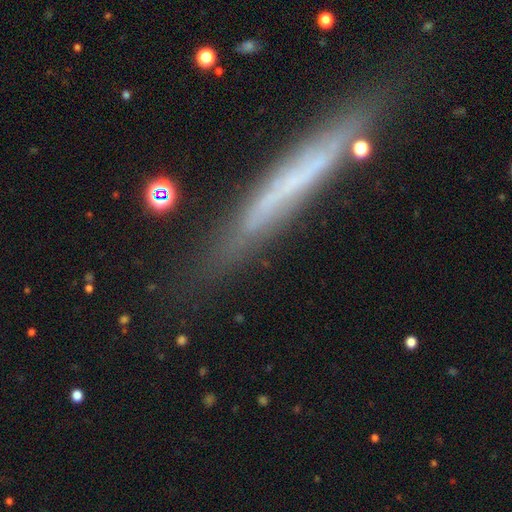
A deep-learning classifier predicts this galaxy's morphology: type=featured or disk (57%); edge-on=yes (87%); edge-on bulge=none (86%); merging=none (77%).